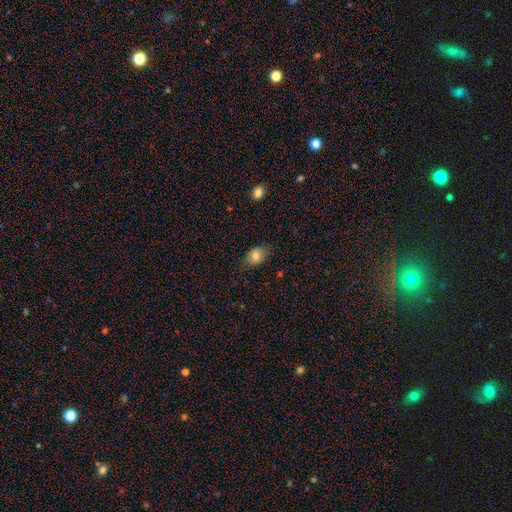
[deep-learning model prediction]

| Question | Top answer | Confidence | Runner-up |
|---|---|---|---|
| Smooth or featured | smooth | 78% | featured or disk (13%) |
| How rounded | in between | 71% | round (28%) |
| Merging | none | 76% | minor disturbance (19%) |